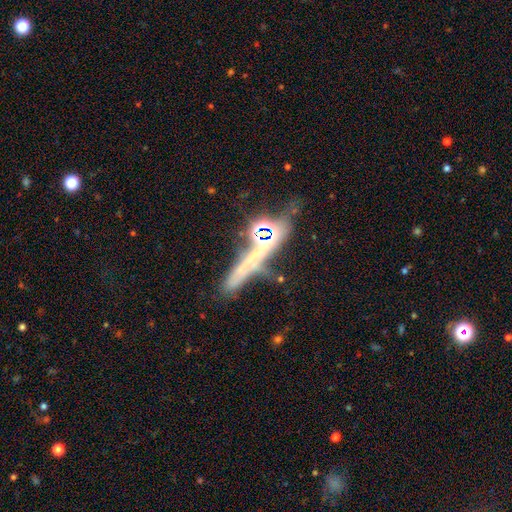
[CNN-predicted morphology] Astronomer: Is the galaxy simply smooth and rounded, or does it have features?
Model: featured or disk — 42% (runner-up: smooth, 31%).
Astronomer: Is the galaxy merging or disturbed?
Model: none — 47%.